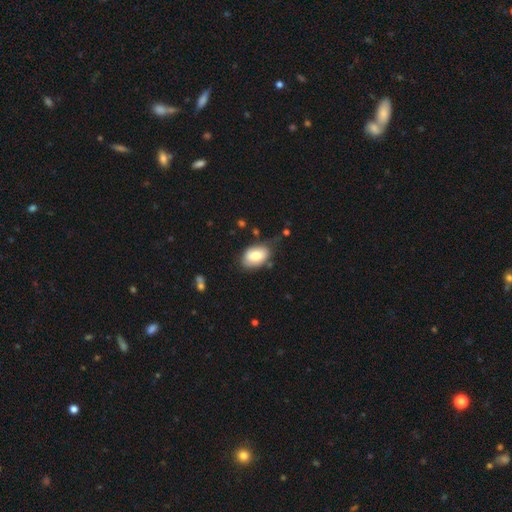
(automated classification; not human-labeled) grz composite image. It shows a smooth galaxy with no disk features (73%) that is in between round and cigar-shaped (87%). Merging: none (61%).